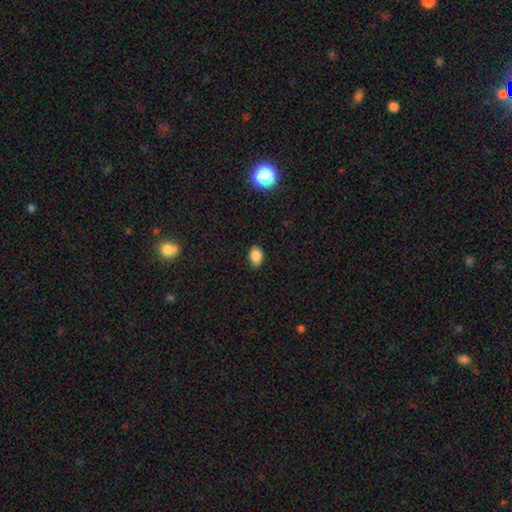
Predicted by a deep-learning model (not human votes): This appears to be a smooth galaxy with no disk features (85%) that is in between round and cigar-shaped (83%). Merging: none (83%).